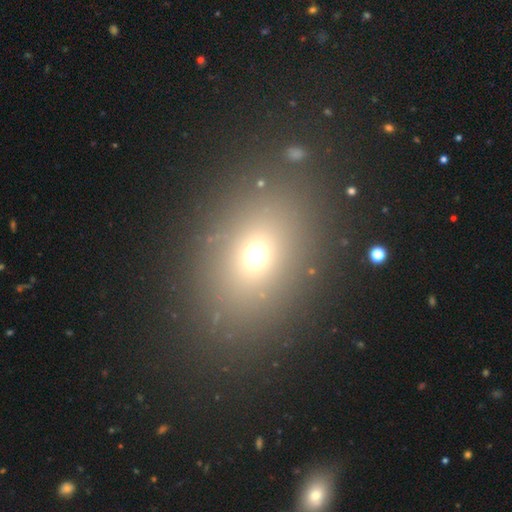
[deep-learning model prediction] smooth 66%, star or artifact 22%, featured or disk 12%. Down the decision tree: how rounded — in between (64%); merging — none (85%).